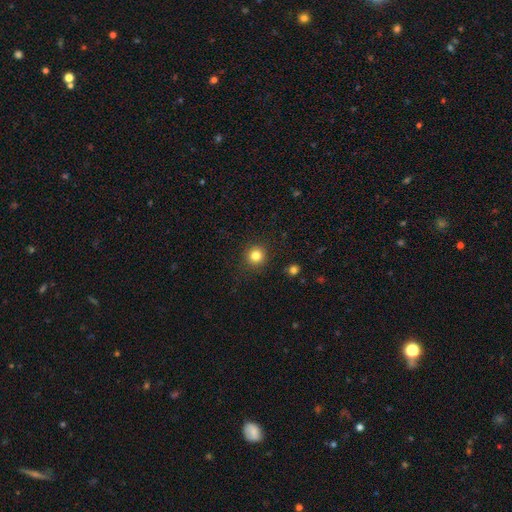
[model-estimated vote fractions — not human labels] smooth-or-featured: smooth: 82% | star or artifact: 12% | featured or disk: 6%
  how-rounded: round: 94% | in between: 5% | cigar-shaped: 1%
  merging: none: 91% | minor disturbance: 6% | major disturbance: 2% | merger: 1%